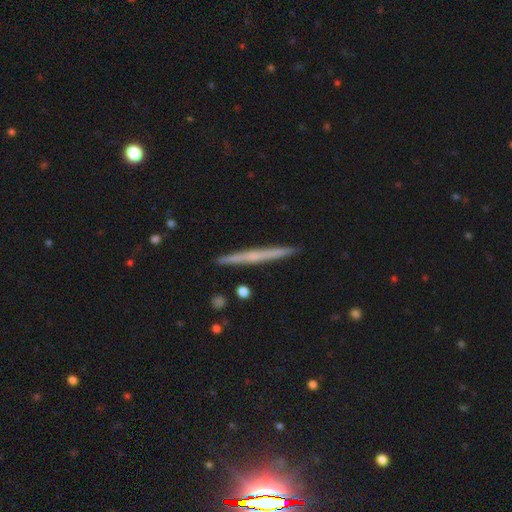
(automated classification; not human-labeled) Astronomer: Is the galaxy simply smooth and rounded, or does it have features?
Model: featured or disk — 54% (runner-up: smooth, 38%).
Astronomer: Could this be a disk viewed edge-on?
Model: yes — 98%.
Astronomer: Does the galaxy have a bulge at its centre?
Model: none — 68%.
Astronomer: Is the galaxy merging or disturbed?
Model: none — 91%.